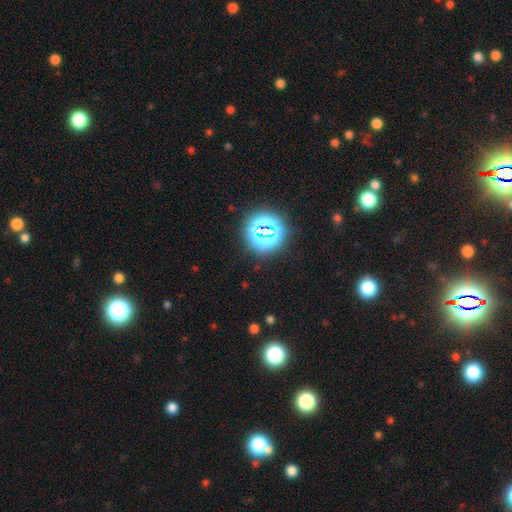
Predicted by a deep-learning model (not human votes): Smooth or featured?
  - star or artifact: 76% *
  - smooth: 18%
  - featured or disk: 6%